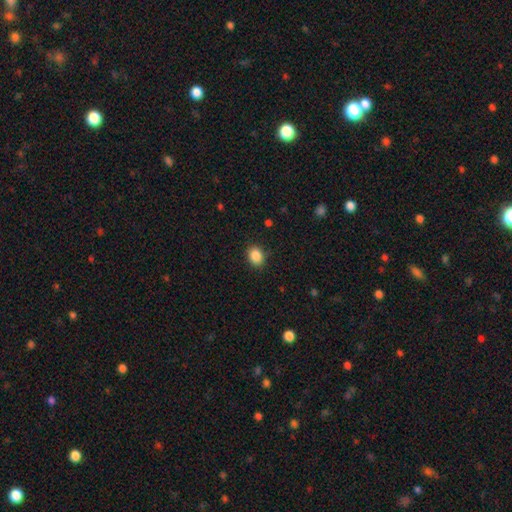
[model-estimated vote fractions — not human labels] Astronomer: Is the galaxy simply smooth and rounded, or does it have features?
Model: smooth — 87%.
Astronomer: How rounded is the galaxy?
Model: in between — 56% (runner-up: round, 44%).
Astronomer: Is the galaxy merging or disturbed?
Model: none — 87%.